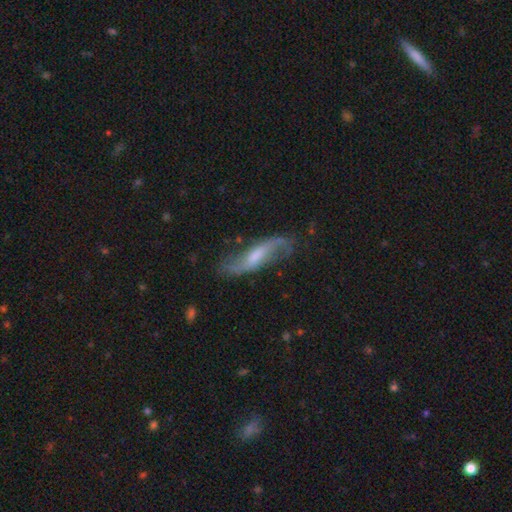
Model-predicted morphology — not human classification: Smooth or featured: featured or disk — 78% (smooth — 16%)
Edge-on disk: no — 82% (yes — 18%)
Bar: weak — 47% (no — 32%)
Spiral arms: yes — 93% (no — 7%)
Spiral winding: loose — 77% (medium — 18%)
Spiral arm count: 2 — 90% (can't tell — 4%)
Bulge size: moderate — 41% (small — 34%)
Merging: none — 69% (minor disturbance — 20%)